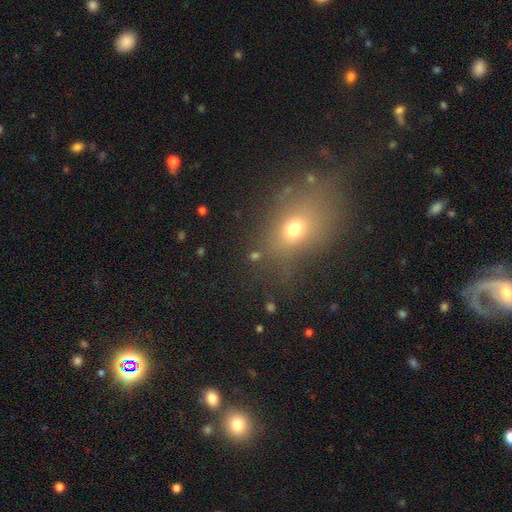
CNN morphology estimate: This is likely a smooth galaxy (61%). How rounded: possibly in between (52%). Merging: likely none (70%).